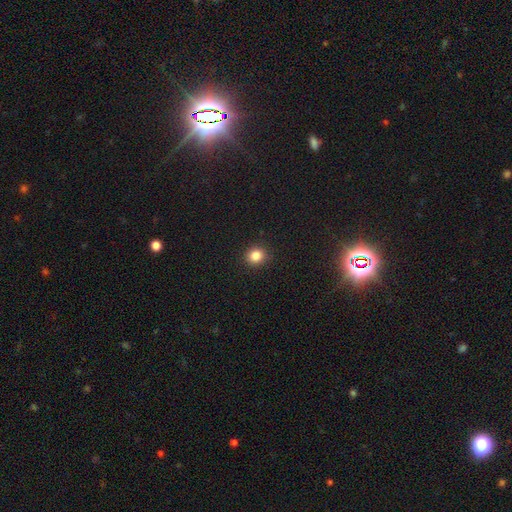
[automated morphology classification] type=smooth (84%); roundness=round (83%); merging=none (91%).